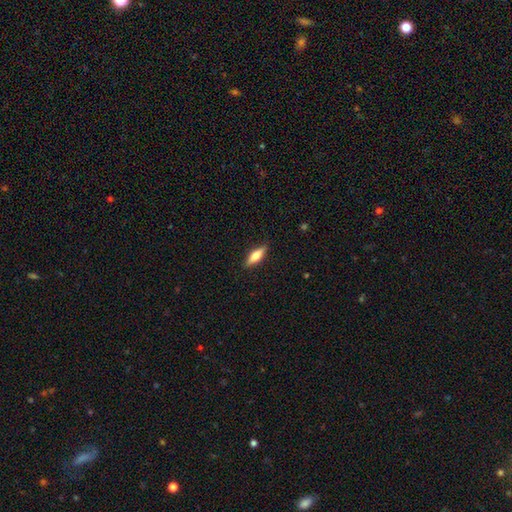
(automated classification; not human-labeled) Smooth or featured?
  - smooth: 66% *
  - featured or disk: 28%
  - star or artifact: 6%
How rounded?
  - in between: 52% *
  - cigar-shaped: 45%
  - round: 2%
Merging?
  - none: 88% *
  - minor disturbance: 9%
  - major disturbance: 2%
  - merger: 1%